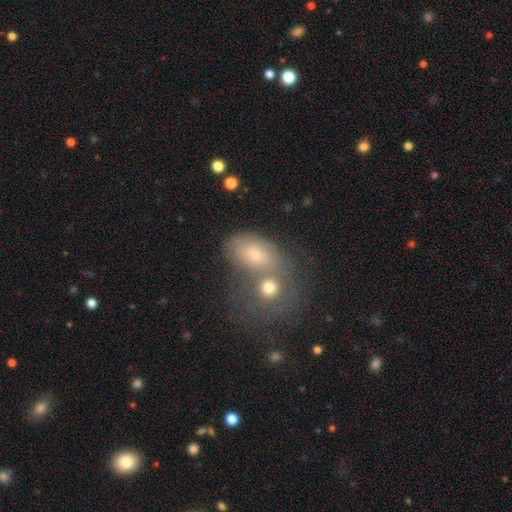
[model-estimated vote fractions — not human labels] Smooth or featured: smooth — 62% (featured or disk — 26%)
How rounded: in between — 78% (round — 19%)
Merging: merger — 45% (none — 35%)